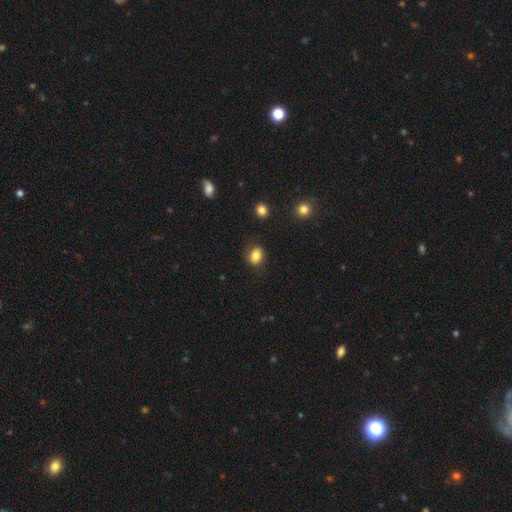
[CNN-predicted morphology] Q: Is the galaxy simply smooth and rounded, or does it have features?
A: smooth — 82%.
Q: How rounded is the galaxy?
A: in between — 61%.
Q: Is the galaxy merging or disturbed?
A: none — 77%.